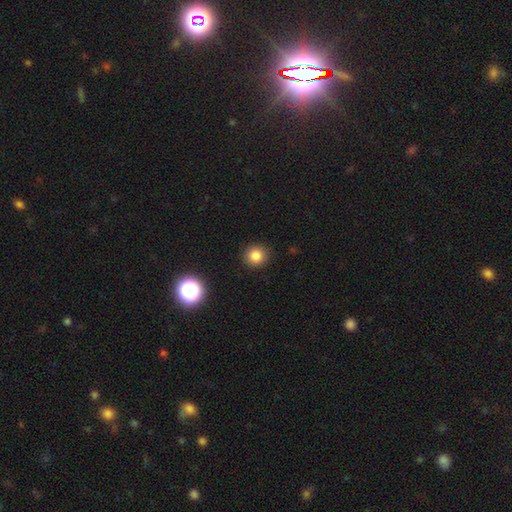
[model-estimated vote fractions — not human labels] smooth 83%, star or artifact 12%, featured or disk 5%. Down the decision tree: how rounded — round (93%); merging — none (92%).